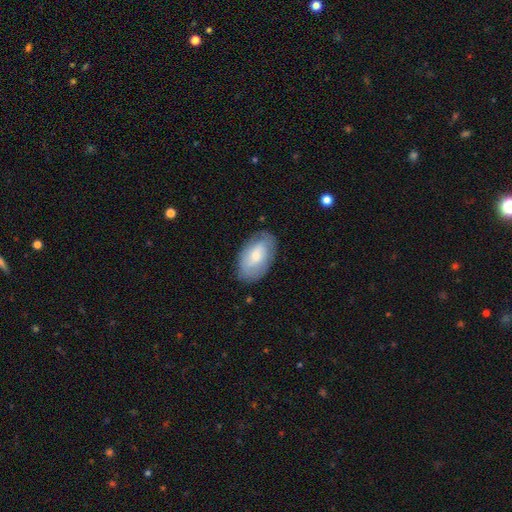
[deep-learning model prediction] Smooth or featured?
  - smooth: 59% *
  - featured or disk: 34%
  - star or artifact: 6%
How rounded?
  - in between: 93% *
  - round: 5%
  - cigar-shaped: 2%
Merging?
  - none: 77% *
  - minor disturbance: 17%
  - major disturbance: 5%
  - merger: 1%